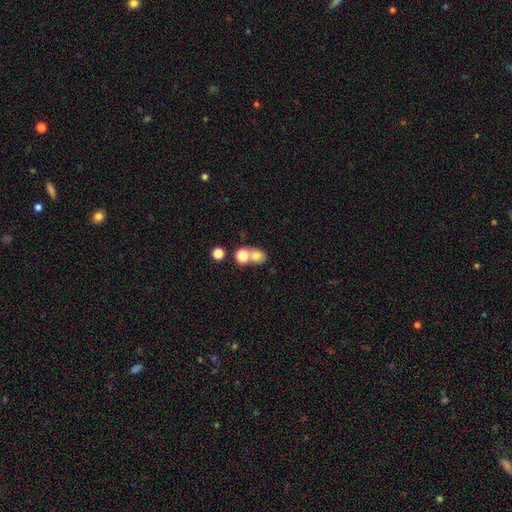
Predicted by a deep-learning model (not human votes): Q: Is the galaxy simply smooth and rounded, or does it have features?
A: smooth — 76%.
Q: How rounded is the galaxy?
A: round — 66%.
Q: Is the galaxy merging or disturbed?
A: merger — 45%.